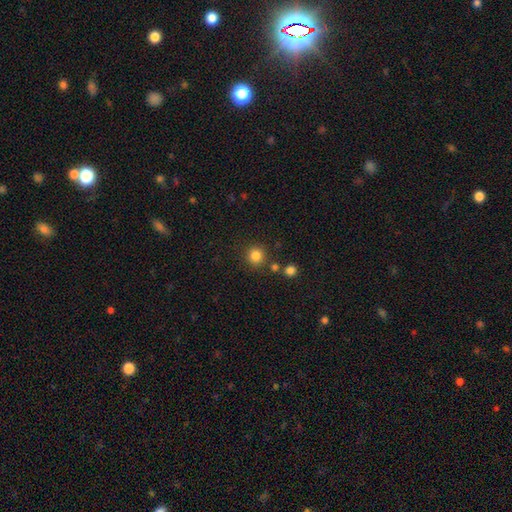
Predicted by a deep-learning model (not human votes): This is clearly a smooth galaxy (83%). How rounded: clearly round (93%). Merging: clearly none (84%).